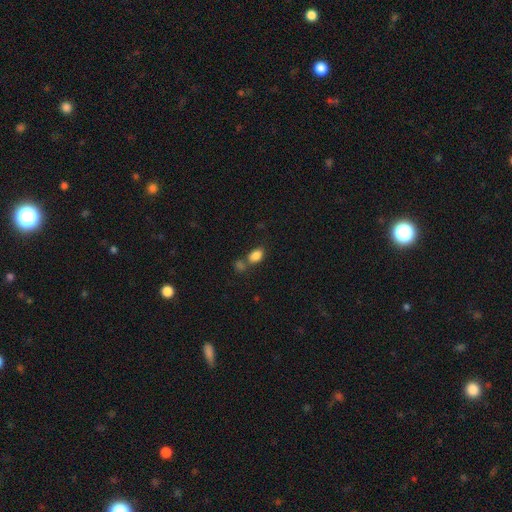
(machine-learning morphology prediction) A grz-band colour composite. It shows a smooth galaxy with no disk features (84%) that is in between round and cigar-shaped (85%). Merging: none (50%).